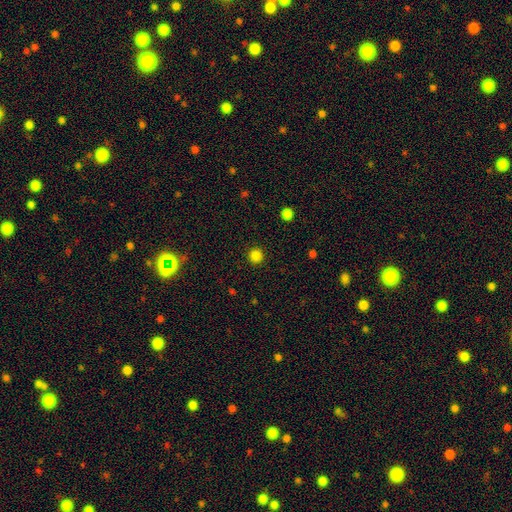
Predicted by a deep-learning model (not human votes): Smooth or featured?
  - smooth: 84% *
  - star or artifact: 13%
  - featured or disk: 3%
How rounded?
  - round: 94% *
  - in between: 5%
  - cigar-shaped: 1%
Merging?
  - none: 92% *
  - minor disturbance: 5%
  - major disturbance: 2%
  - merger: 1%